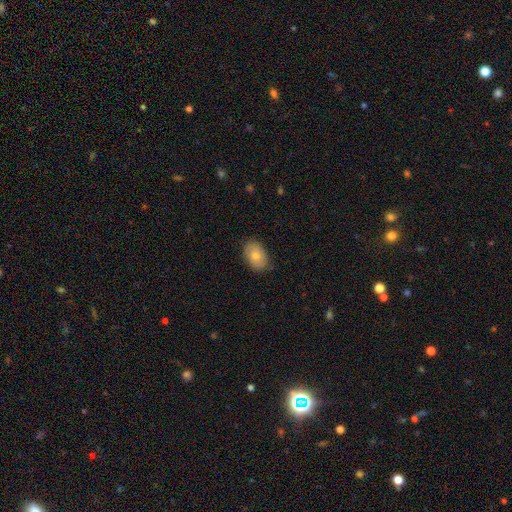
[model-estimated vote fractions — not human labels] This is likely a smooth galaxy (68%). How rounded: clearly in between (84%). Merging: clearly none (81%).